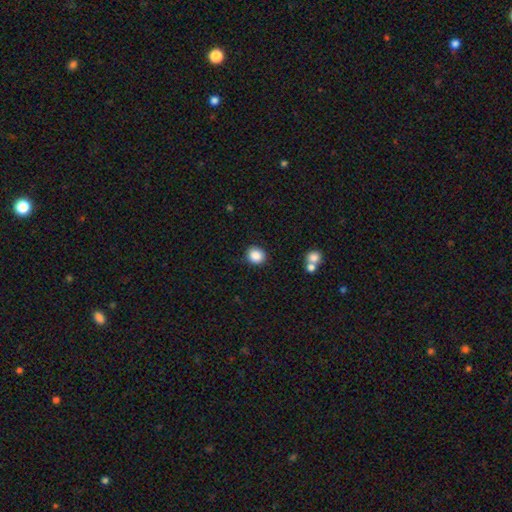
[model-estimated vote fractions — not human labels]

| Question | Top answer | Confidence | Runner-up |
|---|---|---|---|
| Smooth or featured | smooth | 87% | star or artifact (9%) |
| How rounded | round | 80% | in between (19%) |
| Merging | none | 87% | minor disturbance (8%) |